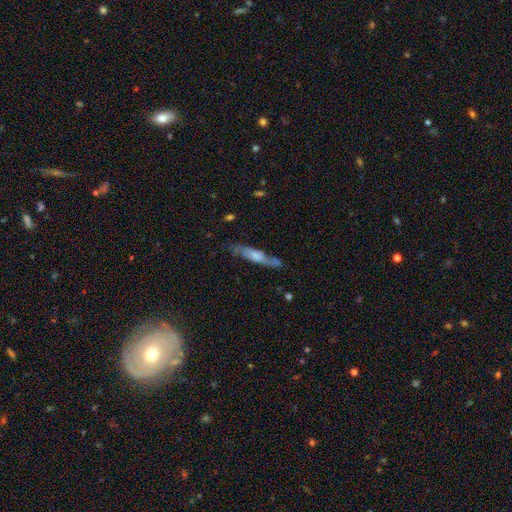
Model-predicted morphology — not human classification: Smooth or featured? Predicted: featured or disk (p=0.48). Merging? Predicted: none (p=0.65).